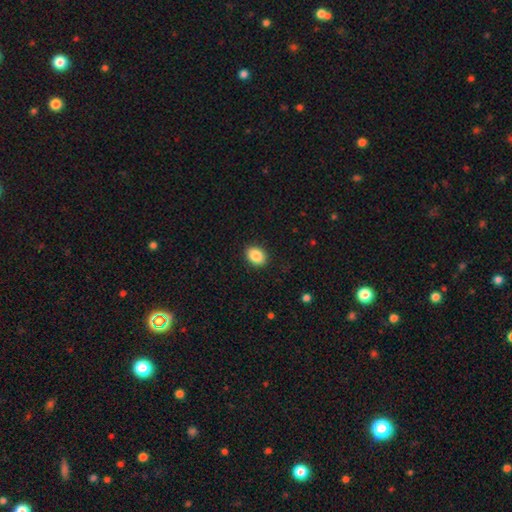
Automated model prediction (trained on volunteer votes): Overall: smooth (88%). How rounded: in between (69%; round 31%). Merging: none (90%).